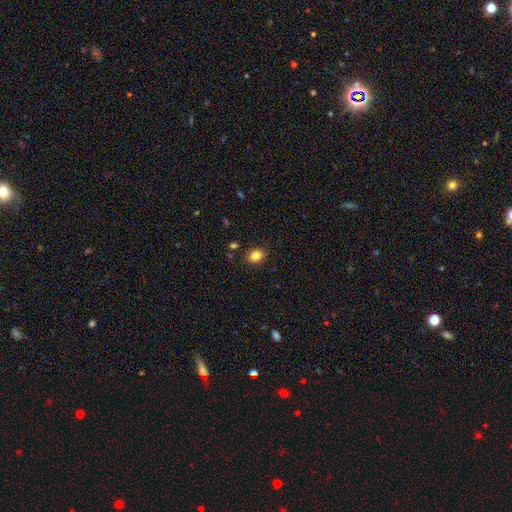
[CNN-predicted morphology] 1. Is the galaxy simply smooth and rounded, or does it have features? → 83% smooth, 11% star or artifact, 6% featured or disk.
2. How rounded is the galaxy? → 58% round, 41% in between, 1% cigar-shaped.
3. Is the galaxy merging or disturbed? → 89% none, 8% minor disturbance, 2% major disturbance, 2% merger.